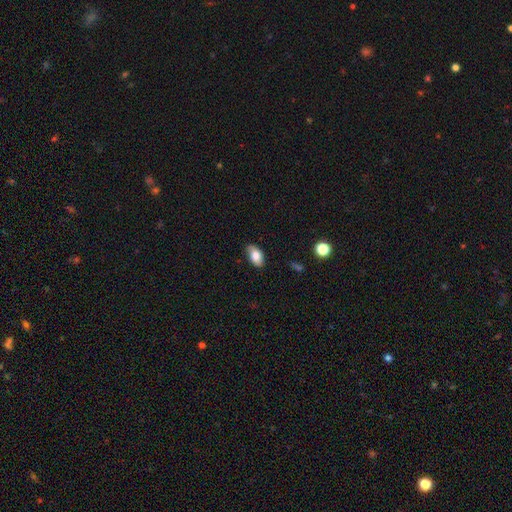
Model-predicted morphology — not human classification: A smooth galaxy with no disk features (76%) that is in between round and cigar-shaped (93%). Merging: none (79%).